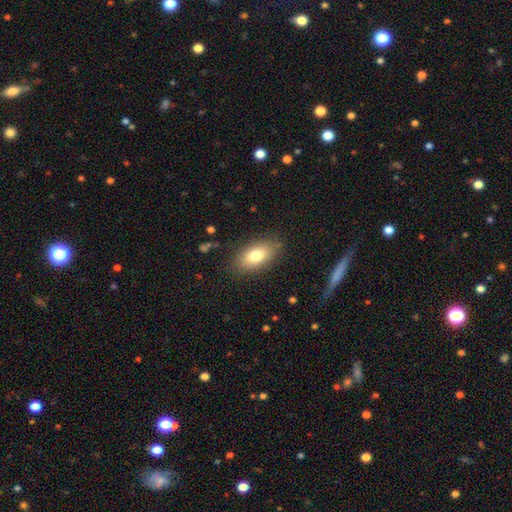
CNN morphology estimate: Smooth or featured: smooth — 77% (featured or disk — 15%)
How rounded: in between — 89% (round — 5%)
Merging: none — 84% (minor disturbance — 12%)